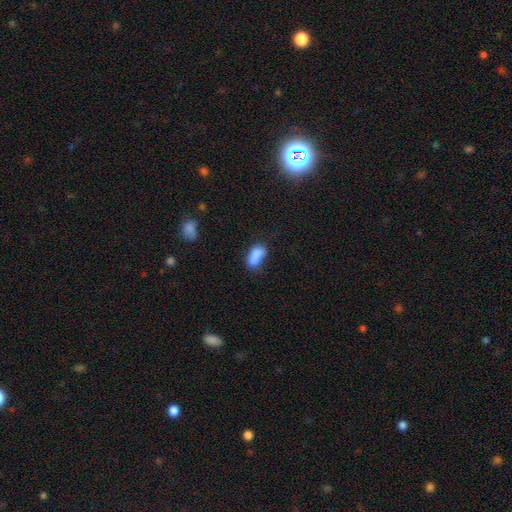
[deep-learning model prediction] smooth 82%, star or artifact 9%, featured or disk 9%. Down the decision tree: how rounded — in between (85%); merging — none (46%).